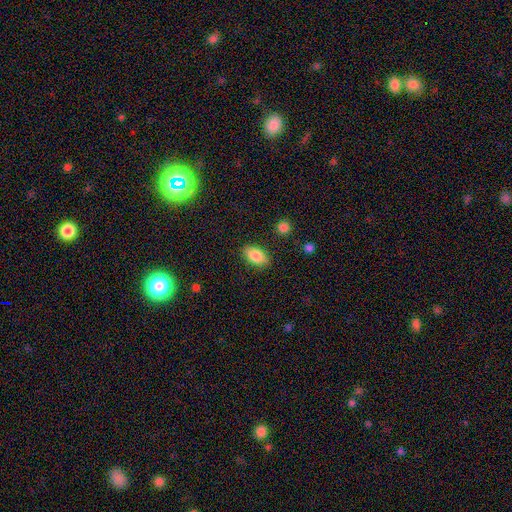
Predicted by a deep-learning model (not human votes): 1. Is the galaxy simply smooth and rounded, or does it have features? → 86% smooth, 7% star or artifact, 7% featured or disk.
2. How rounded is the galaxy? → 92% in between, 5% round, 3% cigar-shaped.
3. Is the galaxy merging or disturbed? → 86% none, 10% minor disturbance, 3% major disturbance, 2% merger.